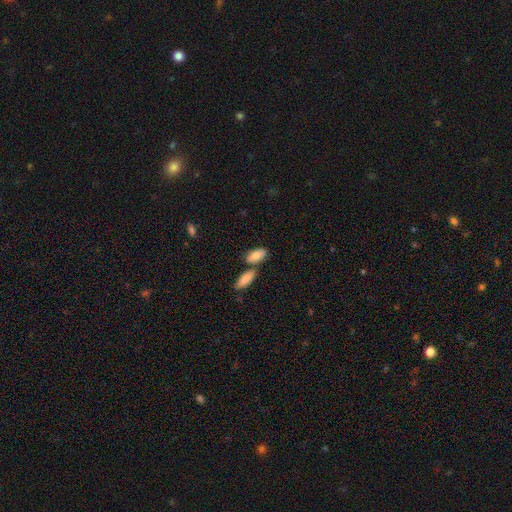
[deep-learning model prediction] Smooth or featured? Predicted: smooth (p=0.82). How rounded? Predicted: in between (p=0.88). Merging? Predicted: none (p=0.60).